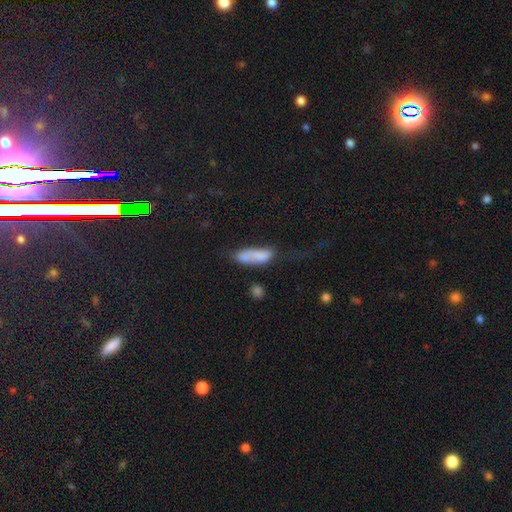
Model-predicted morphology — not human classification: Q: Smooth or featured?
A: smooth (70%); runner-up: featured or disk (20%)
Q: How rounded?
A: in between (64%); runner-up: cigar-shaped (32%)
Q: Merging?
A: none (30%); runner-up: merger (25%)